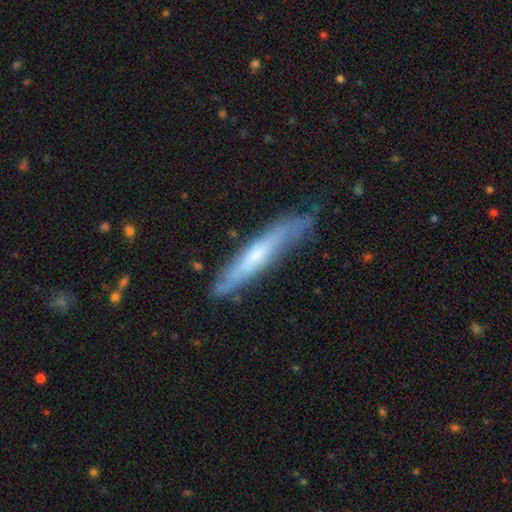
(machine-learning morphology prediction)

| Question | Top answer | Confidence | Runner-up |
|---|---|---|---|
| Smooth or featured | featured or disk | 49% | smooth (45%) |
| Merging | none | 70% | minor disturbance (23%) |